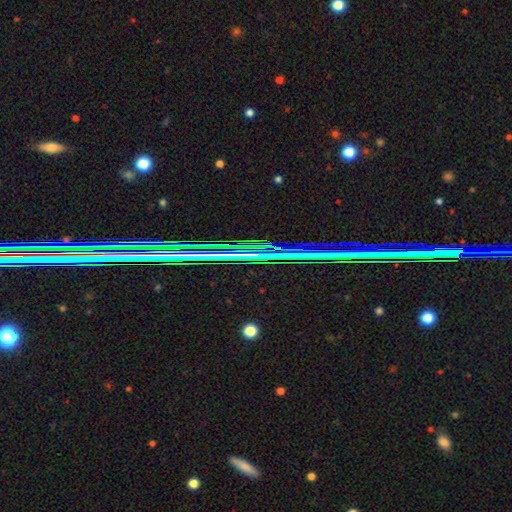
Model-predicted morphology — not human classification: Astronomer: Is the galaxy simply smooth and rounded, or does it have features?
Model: star or artifact — 72%.